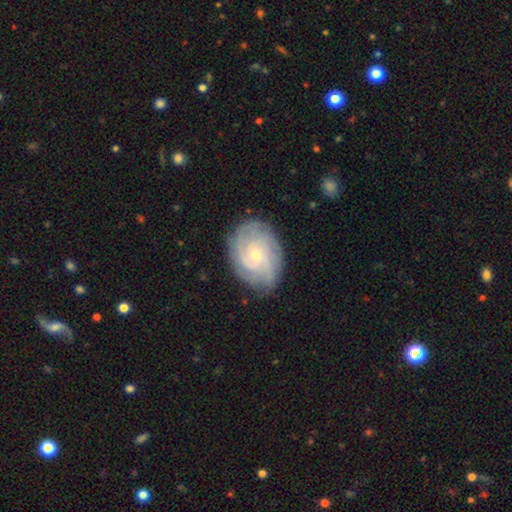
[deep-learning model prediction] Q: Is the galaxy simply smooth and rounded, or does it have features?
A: featured or disk — 80%.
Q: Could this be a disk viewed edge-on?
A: no — 97%.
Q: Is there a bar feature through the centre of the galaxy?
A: no — 79%.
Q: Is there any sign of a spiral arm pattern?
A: yes — 95%.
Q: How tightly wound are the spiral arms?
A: tight — 74%.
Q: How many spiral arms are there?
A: can't tell — 37%.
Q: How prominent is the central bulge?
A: small — 71%.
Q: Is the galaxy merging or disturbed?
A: none — 79%.